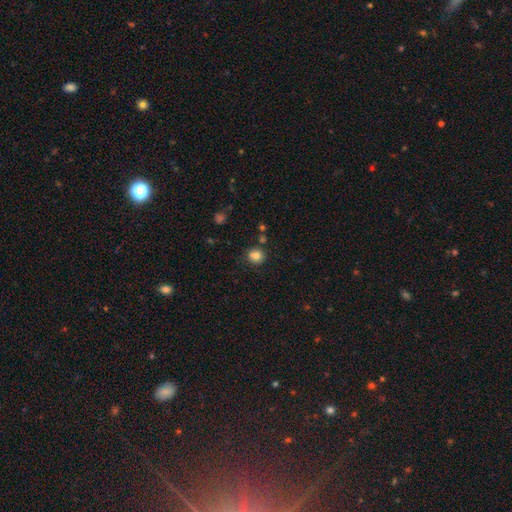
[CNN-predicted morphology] Q: Smooth or featured?
A: smooth (81%); runner-up: star or artifact (12%)
Q: How rounded?
A: round (83%); runner-up: in between (16%)
Q: Merging?
A: none (78%); runner-up: minor disturbance (13%)